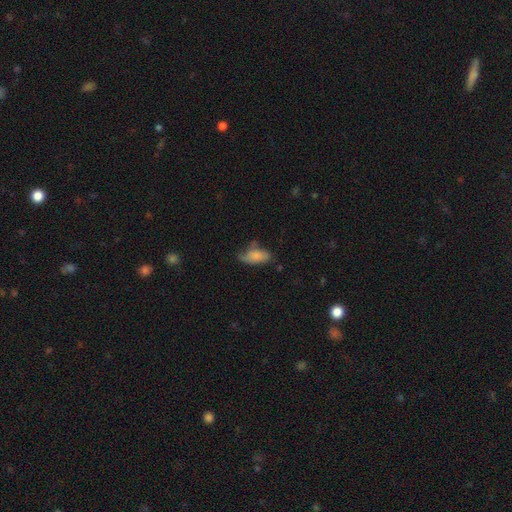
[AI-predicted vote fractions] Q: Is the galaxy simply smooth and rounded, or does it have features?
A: smooth — 76%.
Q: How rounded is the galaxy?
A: in between — 88%.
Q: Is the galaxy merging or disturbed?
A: none — 43%.